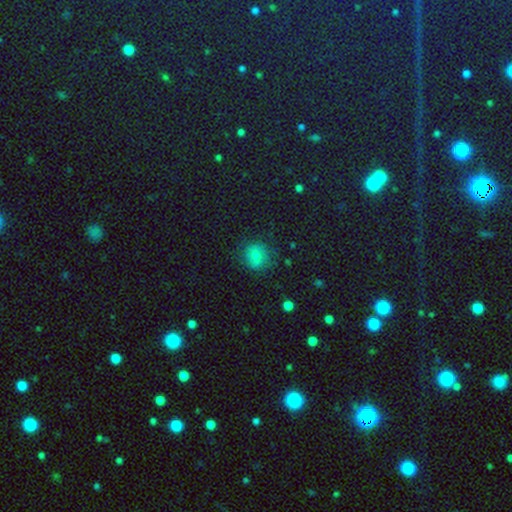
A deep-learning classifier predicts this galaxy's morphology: smooth-or-featured: smooth: 62% | featured or disk: 22% | star or artifact: 16%
  how-rounded: round: 79% | in between: 20% | cigar-shaped: 1%
  merging: none: 74% | minor disturbance: 17% | major disturbance: 7% | merger: 2%